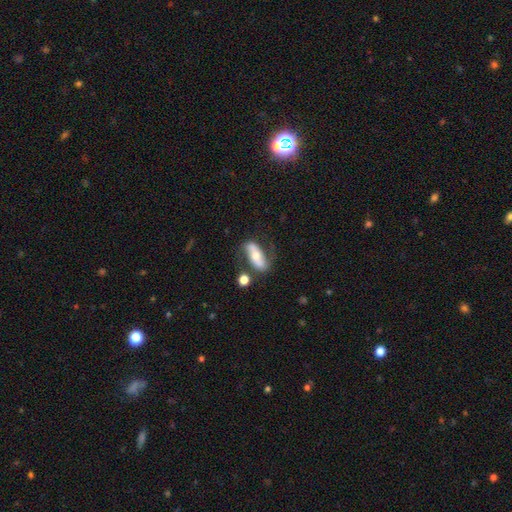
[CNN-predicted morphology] This appears to be a featured or disk galaxy (61%) with no bar (44%), spiral arms (75%) and a moderate central bulge (62%). Merging: none (60%).